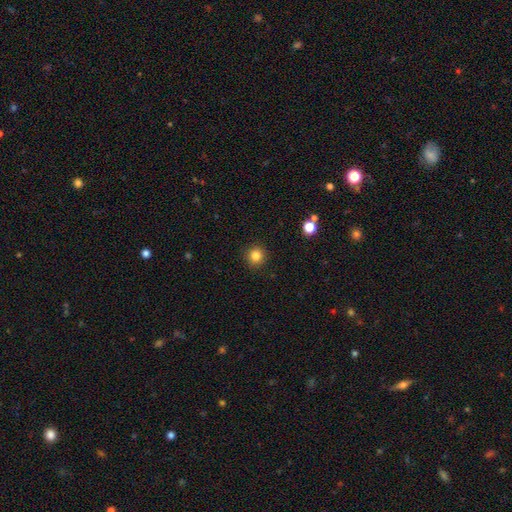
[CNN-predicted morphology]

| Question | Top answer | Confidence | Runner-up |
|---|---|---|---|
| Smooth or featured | smooth | 84% | star or artifact (12%) |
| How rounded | round | 93% | in between (6%) |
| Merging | none | 92% | minor disturbance (5%) |